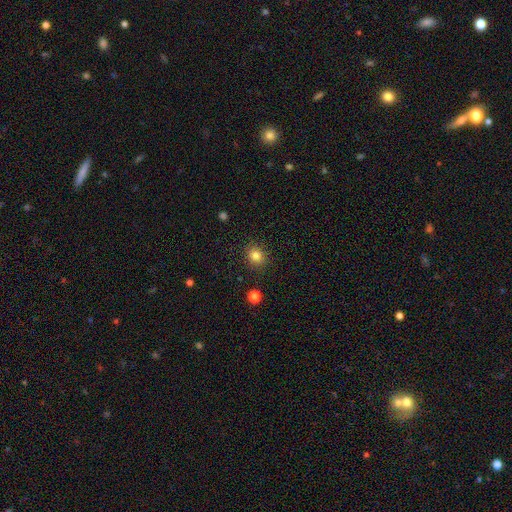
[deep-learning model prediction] The model was most divided on "how rounded": round: 75%, in between: 24%, cigar-shaped: 1%. More confident: merging — none (89%); smooth or featured — smooth (82%).